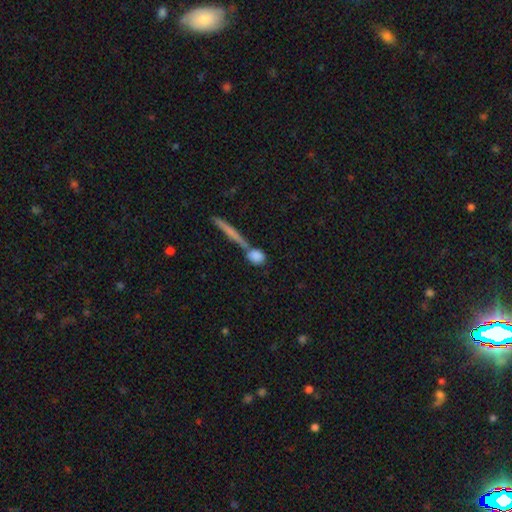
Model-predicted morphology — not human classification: This appears to be a smooth galaxy with no disk features (80%) that is round (59%). Merging: none (59%).